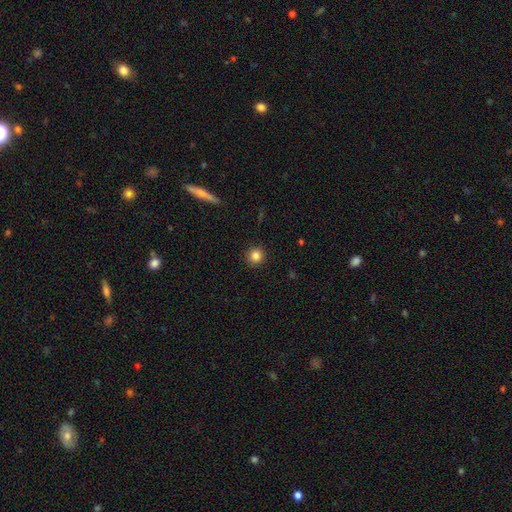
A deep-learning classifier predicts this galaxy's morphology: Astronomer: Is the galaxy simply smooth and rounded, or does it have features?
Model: smooth — 84%.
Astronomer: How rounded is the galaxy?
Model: round — 95%.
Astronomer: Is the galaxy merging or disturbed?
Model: none — 92%.